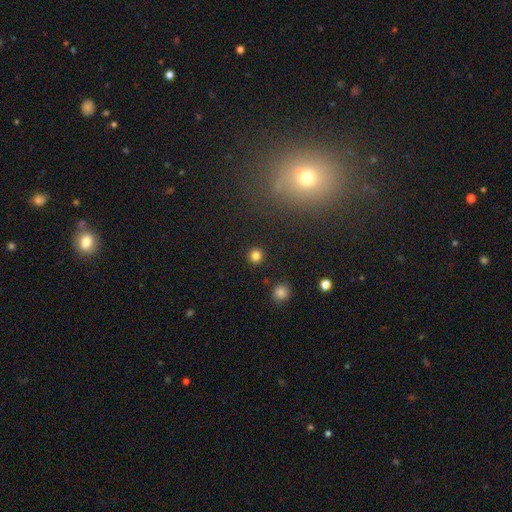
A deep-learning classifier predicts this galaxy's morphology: A smooth galaxy with no disk features (81%) that is round (93%).

Vote fractions:
- Smooth or featured? smooth: 81% / star or artifact: 14% / featured or disk: 5%
- How rounded? round: 93% / in between: 6% / cigar-shaped: 1%
- Merging? none: 91% / minor disturbance: 5% / major disturbance: 2% / merger: 2%